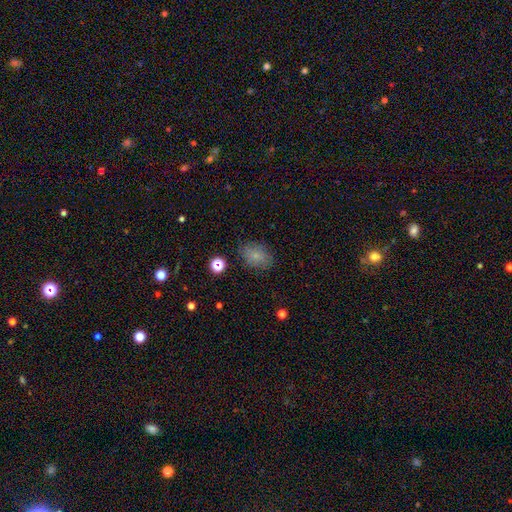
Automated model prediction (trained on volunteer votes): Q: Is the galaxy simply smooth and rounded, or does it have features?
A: smooth — 76%.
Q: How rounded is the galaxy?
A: in between — 76%.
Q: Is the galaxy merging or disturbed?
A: none — 79%.